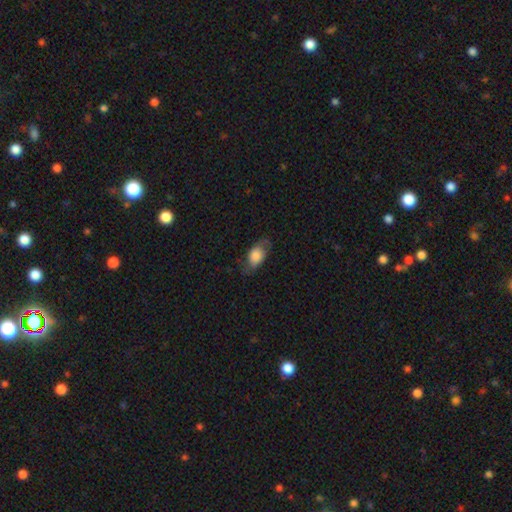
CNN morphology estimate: Smooth or featured? smooth (72%)
How rounded? in between (83%)
Merging? none (64%)